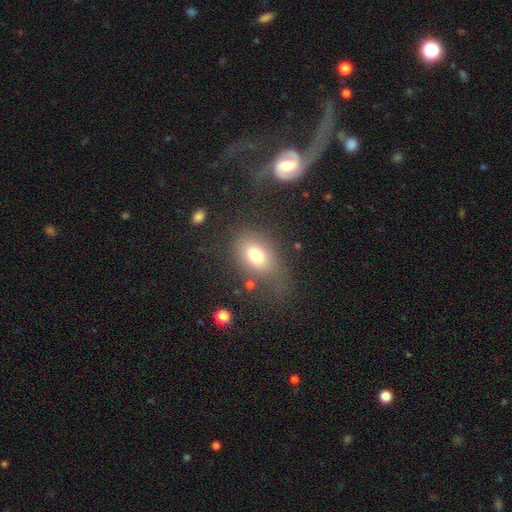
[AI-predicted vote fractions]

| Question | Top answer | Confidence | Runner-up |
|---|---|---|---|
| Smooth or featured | smooth | 74% | featured or disk (14%) |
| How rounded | in between | 76% | round (23%) |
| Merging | none | 56% | minor disturbance (21%) |